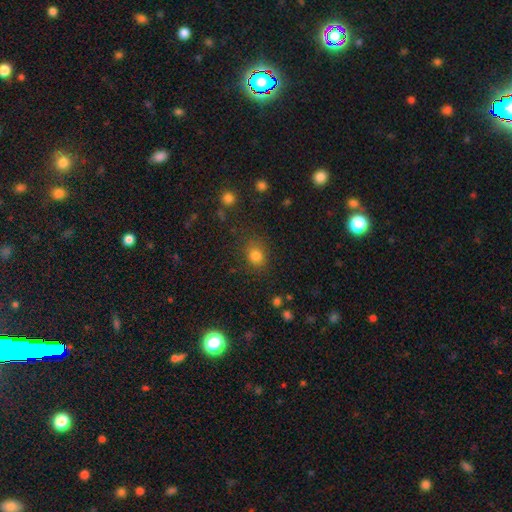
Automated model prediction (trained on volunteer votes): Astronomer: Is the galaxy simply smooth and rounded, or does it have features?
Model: smooth — 80%.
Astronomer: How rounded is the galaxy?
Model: round — 68%.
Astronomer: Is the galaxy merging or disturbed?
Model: none — 80%.